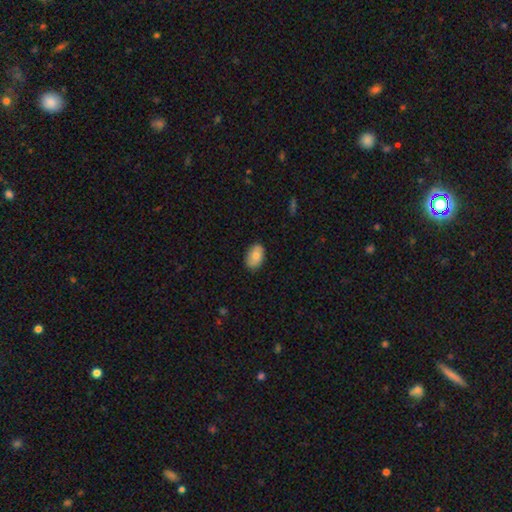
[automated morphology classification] smooth_or_featured: smooth (p=0.79) [alt: featured or disk p=0.15]
how_rounded: in between (p=0.89) [alt: round p=0.09]
merging: none (p=0.82) [alt: minor disturbance p=0.14]